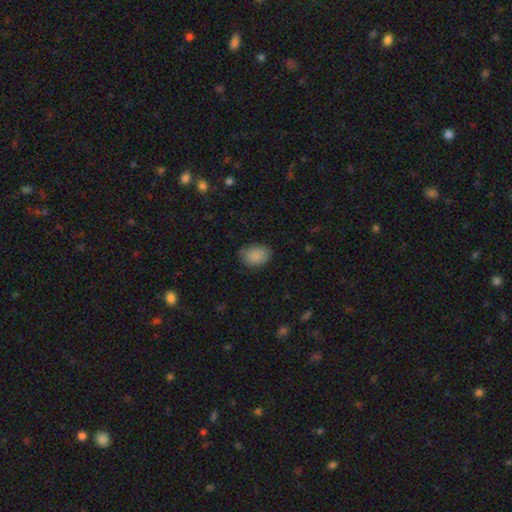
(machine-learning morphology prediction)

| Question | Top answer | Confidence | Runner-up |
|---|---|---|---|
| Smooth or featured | smooth | 88% | star or artifact (7%) |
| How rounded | in between | 70% | round (29%) |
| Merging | none | 79% | minor disturbance (16%) |